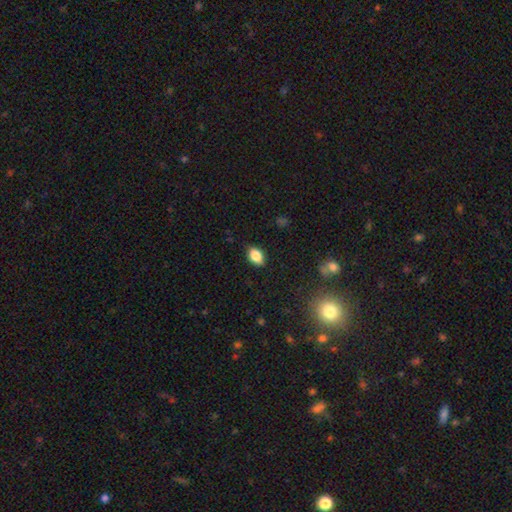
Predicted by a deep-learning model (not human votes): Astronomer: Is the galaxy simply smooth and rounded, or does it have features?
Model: smooth — 85%.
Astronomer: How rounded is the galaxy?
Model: in between — 86%.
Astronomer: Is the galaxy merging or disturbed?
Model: none — 86%.